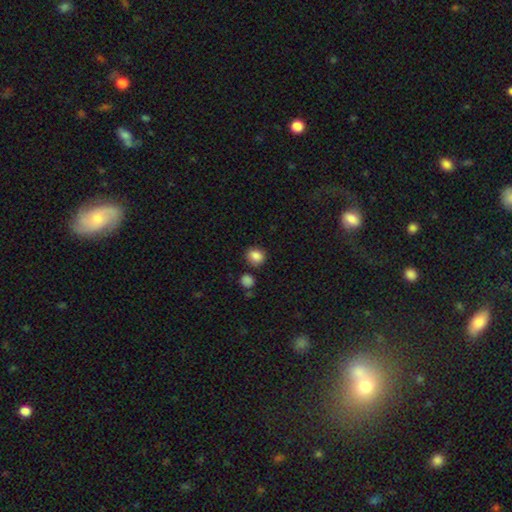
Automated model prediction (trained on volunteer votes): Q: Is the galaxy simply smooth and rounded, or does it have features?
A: smooth — 86%.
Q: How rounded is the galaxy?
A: round — 71%.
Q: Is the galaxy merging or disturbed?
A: none — 79%.